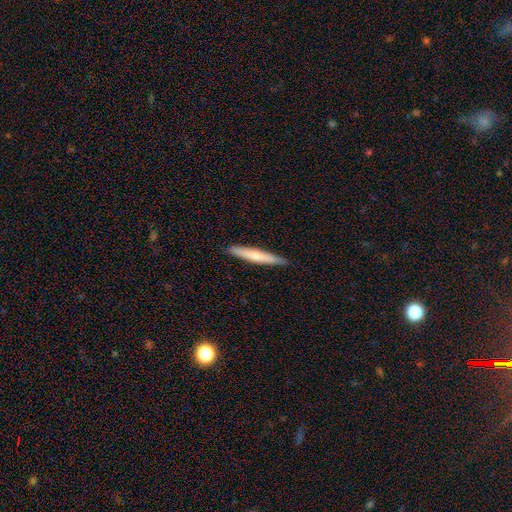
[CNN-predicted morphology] This is likely a smooth galaxy (62%). How rounded: clearly cigar-shaped (95%). Merging: clearly none (91%).